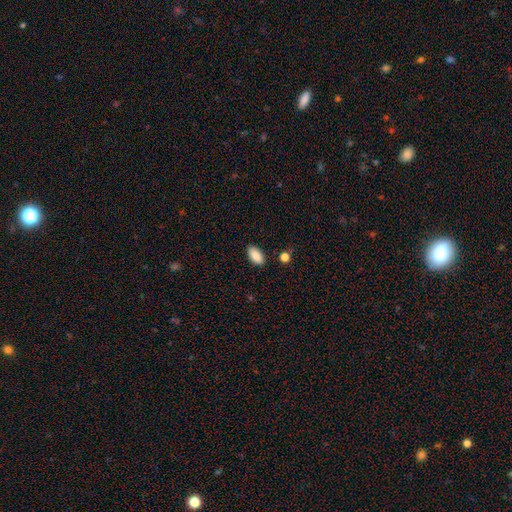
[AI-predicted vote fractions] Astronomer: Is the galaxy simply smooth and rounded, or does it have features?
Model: smooth — 88%.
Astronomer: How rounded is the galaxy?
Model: in between — 93%.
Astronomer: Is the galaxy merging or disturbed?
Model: none — 87%.